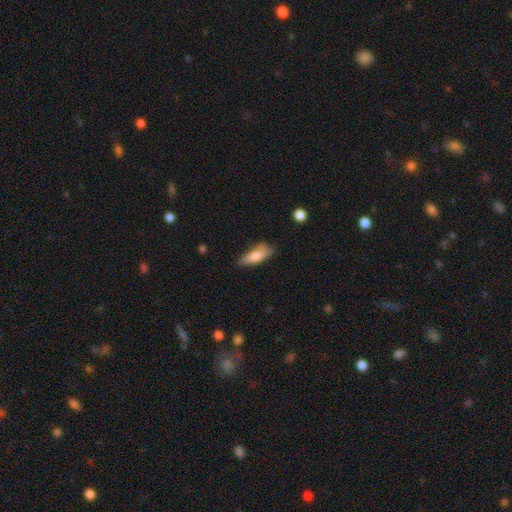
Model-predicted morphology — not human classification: Smooth or featured?
  - smooth: 75% *
  - featured or disk: 18%
  - star or artifact: 6%
How rounded?
  - in between: 64% *
  - cigar-shaped: 34%
  - round: 2%
Merging?
  - none: 67% *
  - minor disturbance: 25%
  - major disturbance: 5%
  - merger: 2%